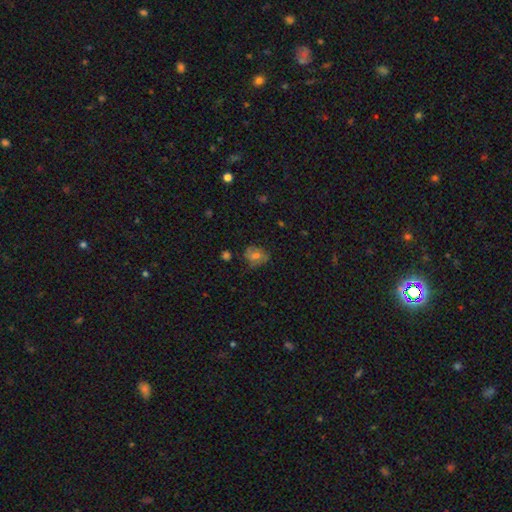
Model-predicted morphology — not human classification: smooth 57%, featured or disk 32%, star or artifact 12%. Down the decision tree: how rounded — round (54%); merging — none (66%).